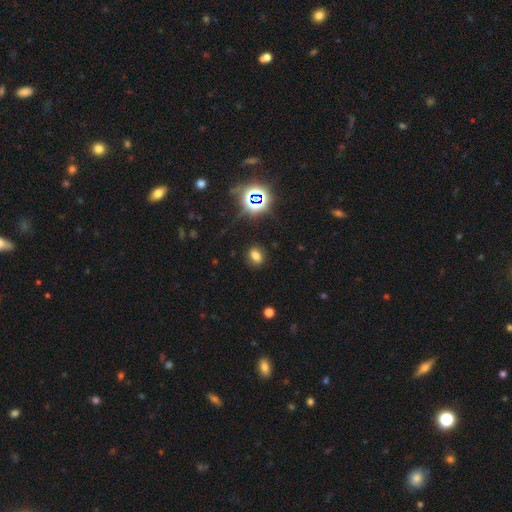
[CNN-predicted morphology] The model was most divided on "how rounded": in between: 66%, round: 32%, cigar-shaped: 2%. More confident: merging — none (86%); smooth or featured — smooth (66%).